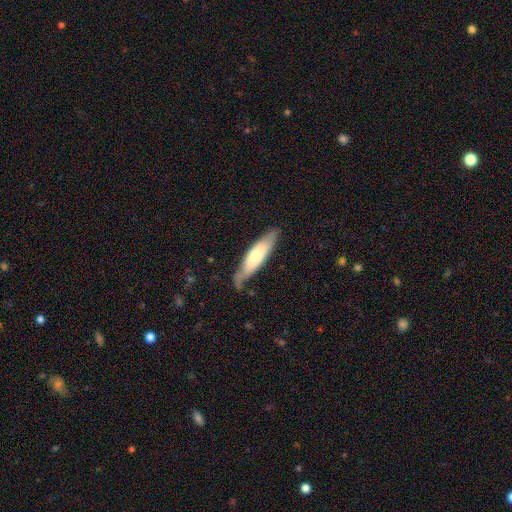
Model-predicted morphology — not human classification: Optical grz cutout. It shows a smooth galaxy with no disk features (61%) that is cigar-shaped (72%). Merging: none (73%).